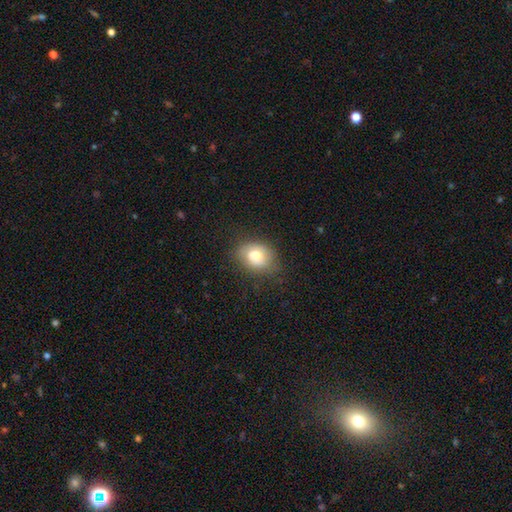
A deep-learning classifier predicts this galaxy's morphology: Smooth or featured: smooth — 72% (featured or disk — 19%)
How rounded: in between — 53% (round — 46%)
Merging: none — 73% (minor disturbance — 20%)